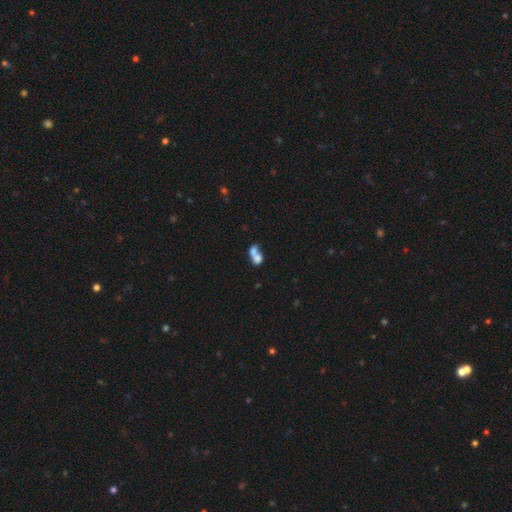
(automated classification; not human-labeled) Overall: smooth (71%). How rounded: in between (63%; round 35%). Merging: merger (74%).